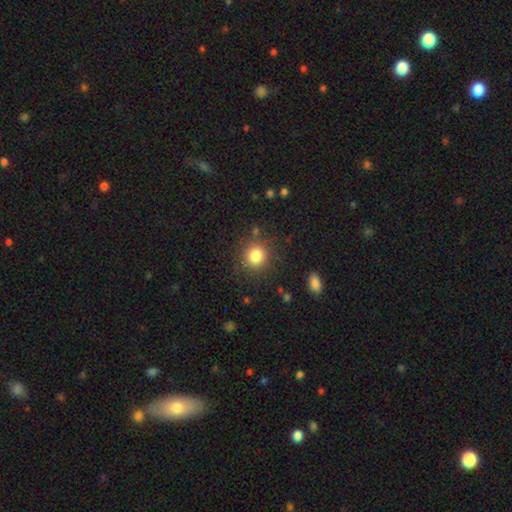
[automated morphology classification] type=smooth (83%); roundness=round (89%); merging=none (84%).